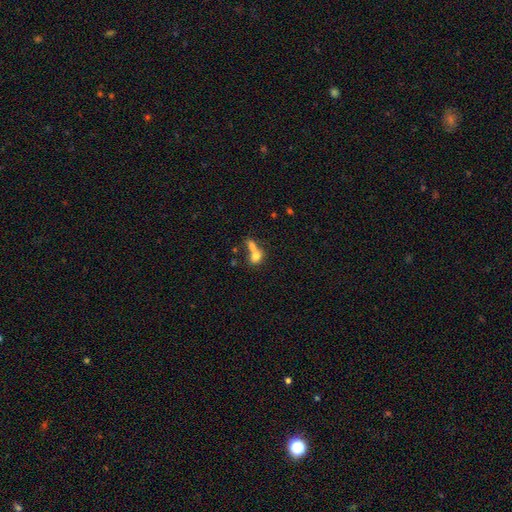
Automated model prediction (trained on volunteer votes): Smooth or featured? Predicted: smooth (p=0.74). How rounded? Predicted: round (p=0.49). Merging? Predicted: merger (p=0.61).